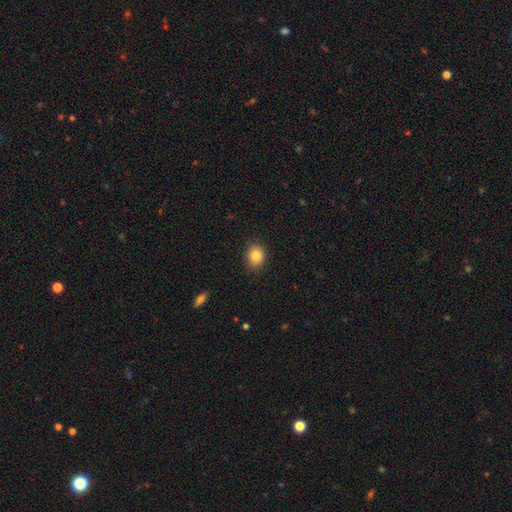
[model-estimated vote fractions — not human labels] Smooth or featured: smooth — 83% (star or artifact — 10%)
How rounded: round — 60% (in between — 39%)
Merging: none — 85% (minor disturbance — 12%)